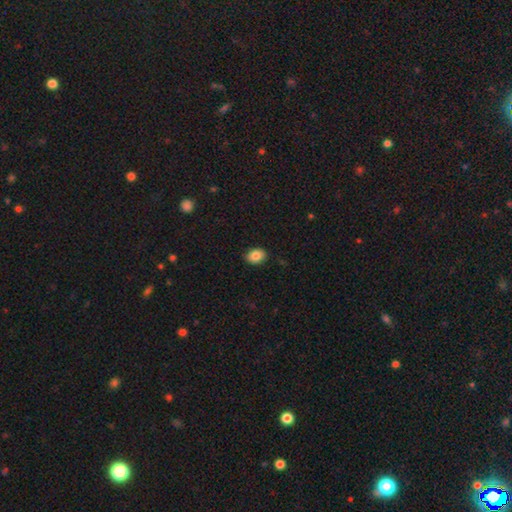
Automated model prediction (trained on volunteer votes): Smooth or featured? smooth (85%)
How rounded? in between (62%)
Merging? none (88%)